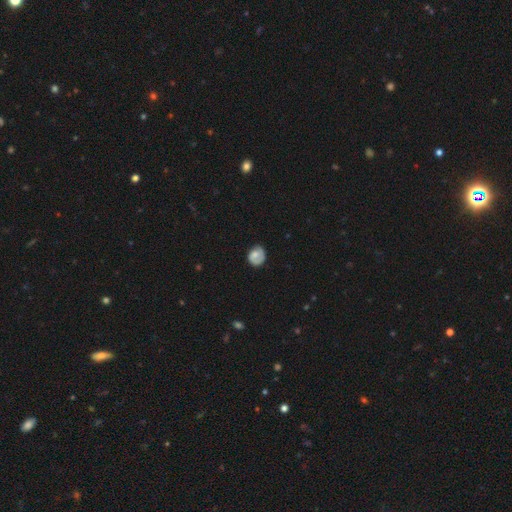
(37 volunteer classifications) This is possibly a featured or disk galaxy (57%). It is clearly not viewed edge-on (95%). Bar: clearly no (95%). Spiral arm pattern: clearly yes (85%). Spiral arm count: clearly 1 (100%). Spiral winding: clearly tight (82%). Central bulge: possibly moderate (45%). Merging: likely none (72%).